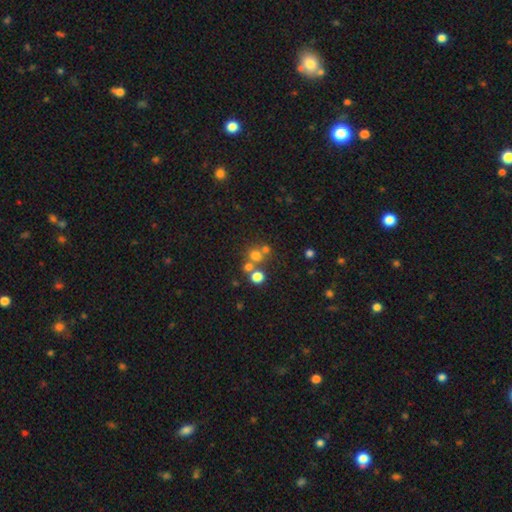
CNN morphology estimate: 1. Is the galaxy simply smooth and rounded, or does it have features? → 65% smooth, 22% star or artifact, 13% featured or disk.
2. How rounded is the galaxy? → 85% round, 14% in between, 1% cigar-shaped.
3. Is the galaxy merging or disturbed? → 55% none, 34% merger, 8% minor disturbance, 4% major disturbance.